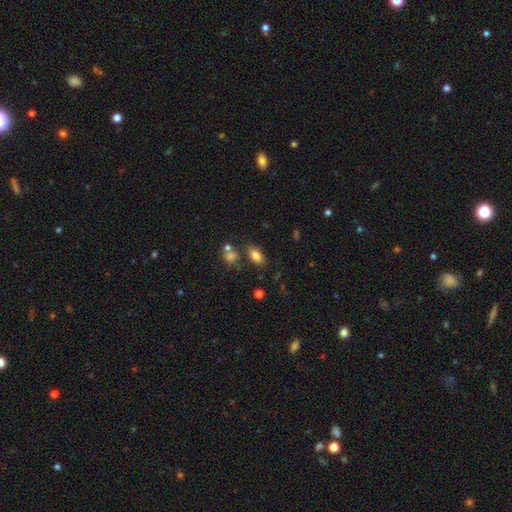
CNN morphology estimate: Q: Smooth or featured?
A: smooth (80%); runner-up: star or artifact (11%)
Q: How rounded?
A: in between (87%); runner-up: round (9%)
Q: Merging?
A: none (74%); runner-up: minor disturbance (13%)